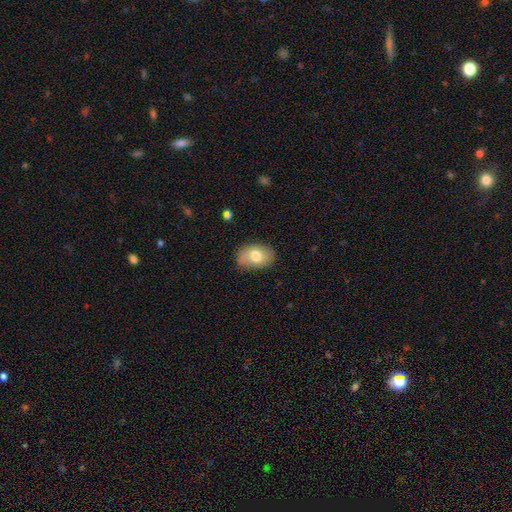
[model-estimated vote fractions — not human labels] The model was most divided on "smooth or featured": smooth: 74%, featured or disk: 19%, star or artifact: 7%. More confident: how rounded — in between (83%); merging — none (80%).